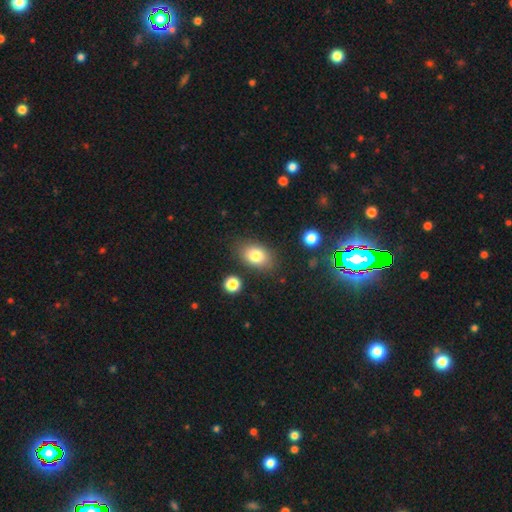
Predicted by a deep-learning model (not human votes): smooth 80%, featured or disk 11%, star or artifact 9%. Down the decision tree: how rounded — in between (80%); merging — none (81%).